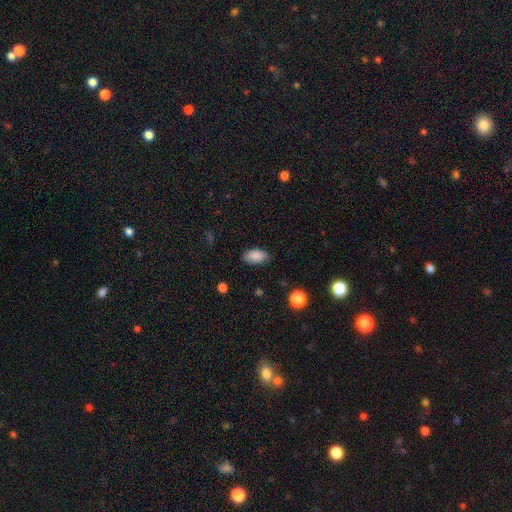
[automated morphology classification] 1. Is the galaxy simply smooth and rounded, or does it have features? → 87% smooth, 8% star or artifact, 5% featured or disk.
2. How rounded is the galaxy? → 93% in between, 4% round, 2% cigar-shaped.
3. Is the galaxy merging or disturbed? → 82% none, 14% minor disturbance, 3% major disturbance, 1% merger.